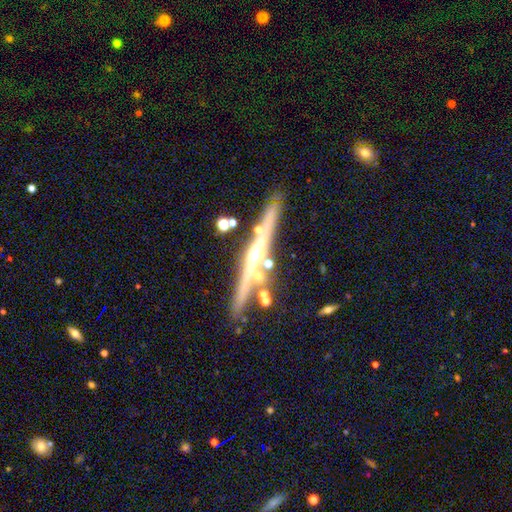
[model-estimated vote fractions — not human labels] Overall: featured or disk (77%). Edge-on disk: yes (95%). Edge-on bulge: rounded (78%). Merging: none (76%).